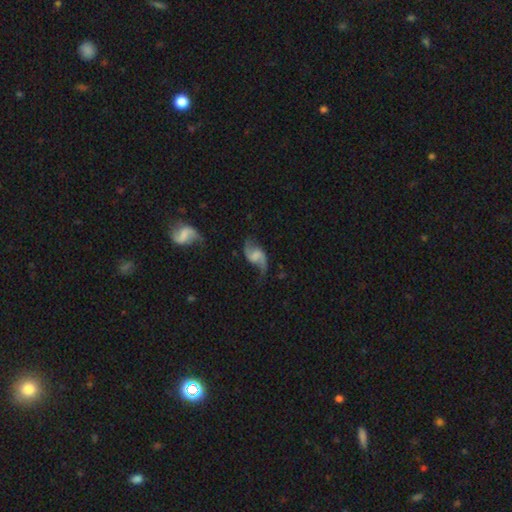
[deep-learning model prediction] This appears to be a featured or disk galaxy (85%) with a weak bar (49%), 2 (92%) loose (77%) spiral arms (95%) and no central bulge (55%). Merging: none (69%).